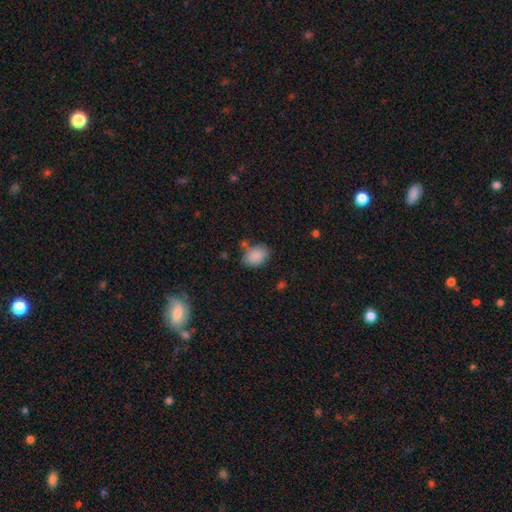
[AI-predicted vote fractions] A smooth galaxy with no disk features (87%) that is in between round and cigar-shaped (78%). Merging: none (71%).